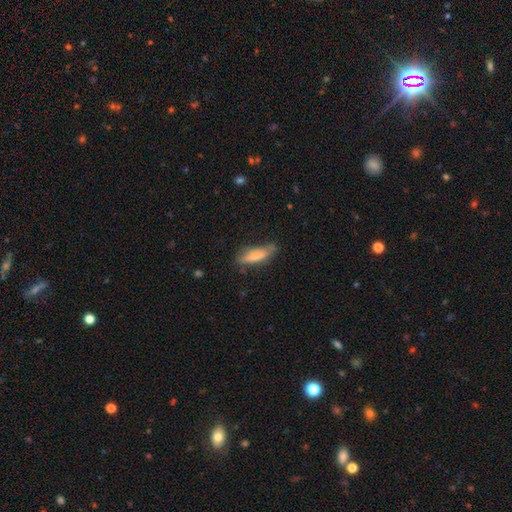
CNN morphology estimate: type=smooth (73%); roundness=cigar-shaped (57%); merging=none (68%).